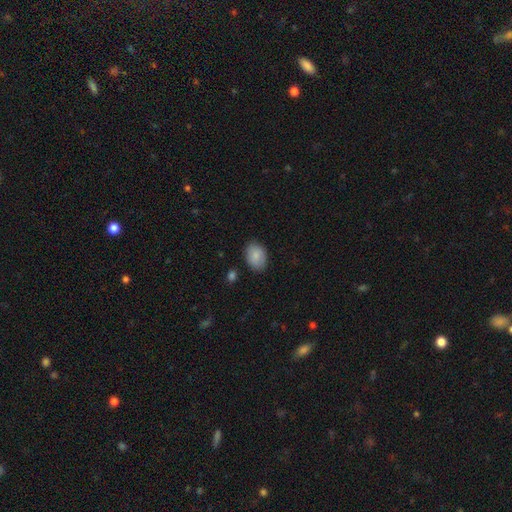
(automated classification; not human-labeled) smooth_or_featured: smooth (p=0.85) [alt: featured or disk p=0.08]
how_rounded: in between (p=0.79) [alt: round p=0.20]
merging: none (p=0.85) [alt: minor disturbance p=0.11]